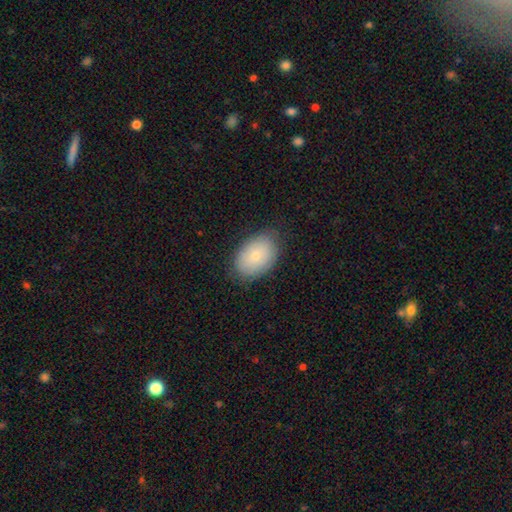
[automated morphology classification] smooth 76%, featured or disk 17%, star or artifact 7%. Down the decision tree: how rounded — in between (85%); merging — none (80%).